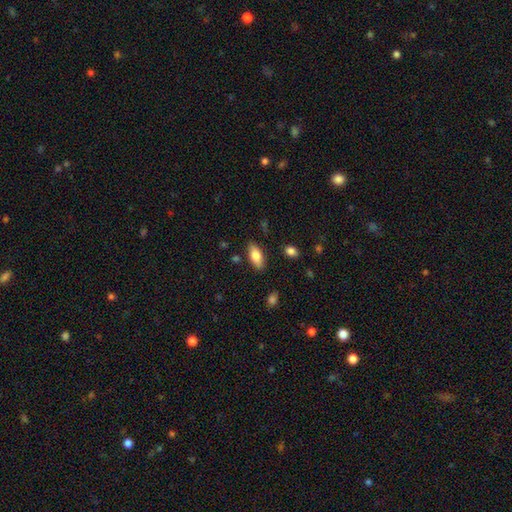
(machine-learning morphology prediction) A smooth galaxy with no disk features (78%) that is in between round and cigar-shaped (85%). Merging: none (85%).